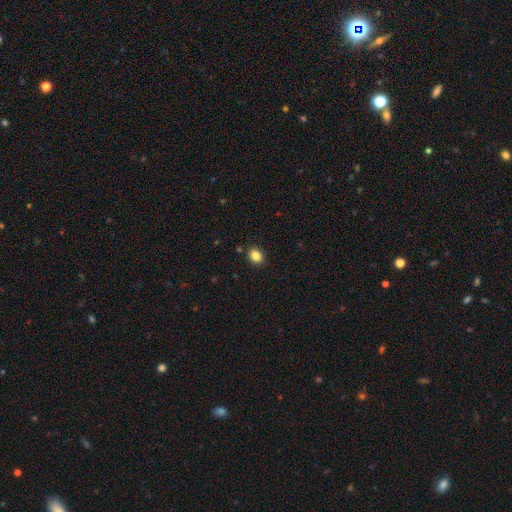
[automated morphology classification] Overall: smooth (85%). How rounded: in between (51%; round 48%). Merging: none (89%).